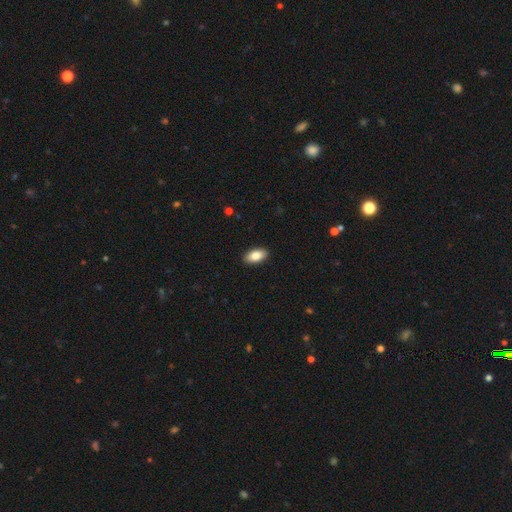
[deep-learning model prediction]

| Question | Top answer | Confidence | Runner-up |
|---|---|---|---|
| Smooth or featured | smooth | 85% | featured or disk (8%) |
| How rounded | in between | 93% | cigar-shaped (3%) |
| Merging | none | 91% | minor disturbance (7%) |